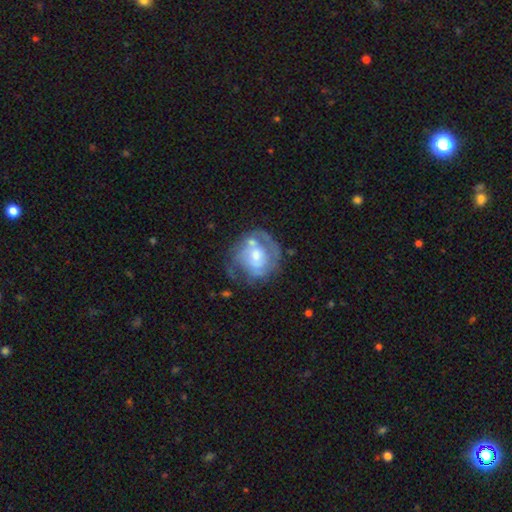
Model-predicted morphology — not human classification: Smooth or featured: featured or disk — 69% (smooth — 24%)
Edge-on disk: no — 98% (yes — 2%)
Bar: no — 65% (weak — 29%)
Spiral arms: yes — 68% (no — 32%)
Bulge size: moderate — 51% (small — 32%)
Merging: none — 49% (minor disturbance — 23%)